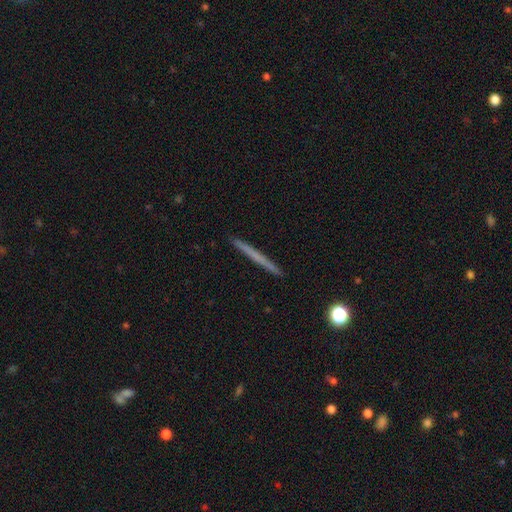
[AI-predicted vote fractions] smooth_or_featured: smooth (p=0.50) [alt: featured or disk p=0.43]
how_rounded: cigar-shaped (p=0.96) [alt: round p=0.02]
merging: none (p=0.92) [alt: minor disturbance p=0.05]